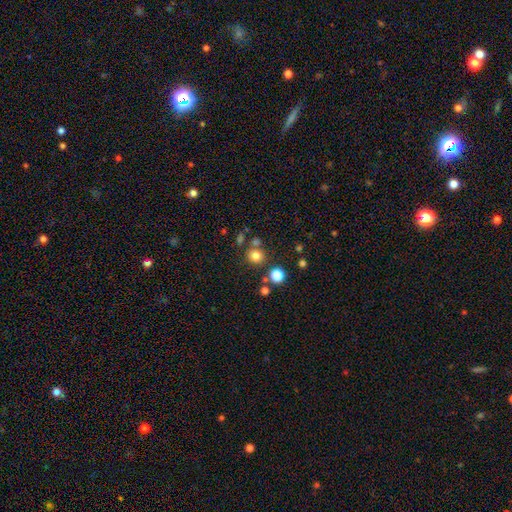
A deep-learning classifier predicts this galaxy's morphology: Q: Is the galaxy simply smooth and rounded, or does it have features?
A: smooth — 79%.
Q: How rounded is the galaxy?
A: round — 88%.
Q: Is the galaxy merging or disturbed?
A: none — 75%.